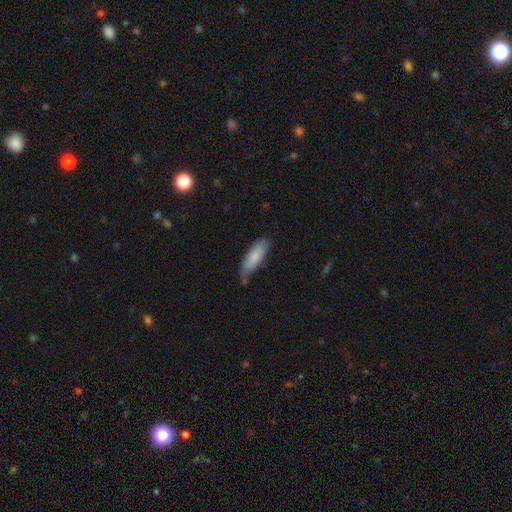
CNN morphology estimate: This appears to be a smooth galaxy with no disk features (83%) that is in between round and cigar-shaped (56%). Merging: none (66%).